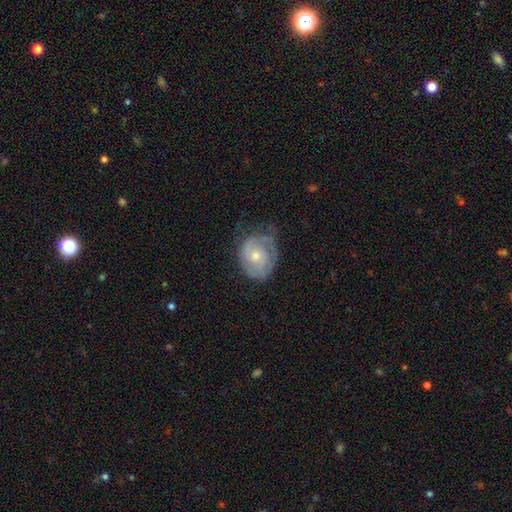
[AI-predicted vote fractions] A featured or disk galaxy (68%) with no bar (74%), 2 (42%) tight (60%) spiral arms (83%) and a moderate central bulge (55%). Merging: none (56%).